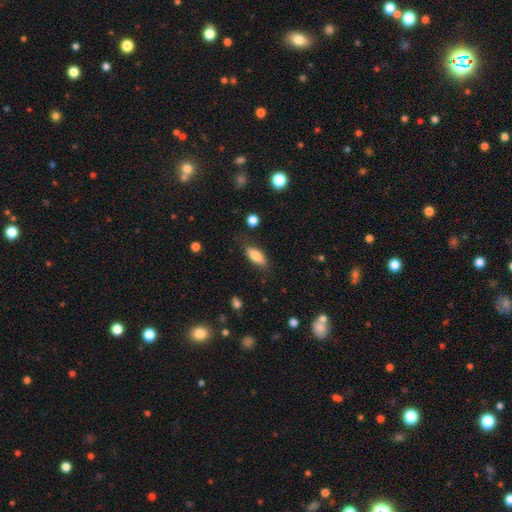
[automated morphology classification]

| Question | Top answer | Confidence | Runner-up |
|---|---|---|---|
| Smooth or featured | smooth | 78% | featured or disk (15%) |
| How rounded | in between | 79% | cigar-shaped (18%) |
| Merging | none | 77% | minor disturbance (17%) |